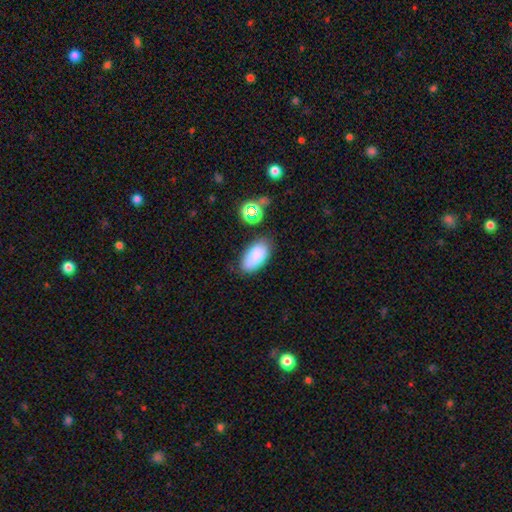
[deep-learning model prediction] The model was most divided on "merging": none: 76%, minor disturbance: 16%, merger: 4%, major disturbance: 4%. More confident: how rounded — in between (93%); smooth or featured — smooth (83%).